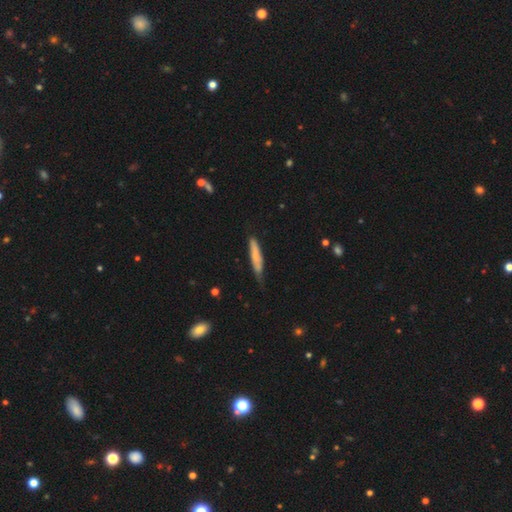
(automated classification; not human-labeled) Smooth or featured? smooth (69%)
How rounded? cigar-shaped (88%)
Merging? none (56%)